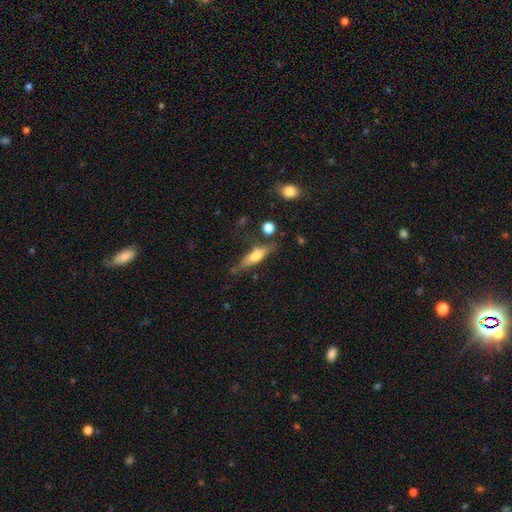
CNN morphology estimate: Overall: smooth (53%; featured or disk 40%). How rounded: cigar-shaped (63%; in between 34%). Merging: none (65%).